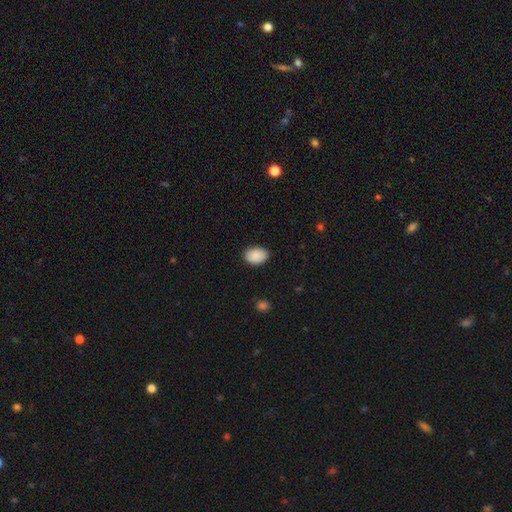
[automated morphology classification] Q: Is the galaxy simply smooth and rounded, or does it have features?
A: smooth — 90%.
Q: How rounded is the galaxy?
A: in between — 81%.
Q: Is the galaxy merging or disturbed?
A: none — 87%.